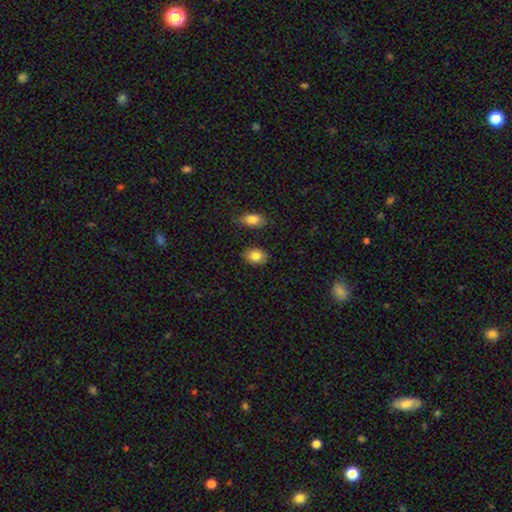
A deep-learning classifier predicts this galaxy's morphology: Smooth or featured: smooth — 84% (featured or disk — 8%)
How rounded: in between — 70% (round — 28%)
Merging: none — 84% (minor disturbance — 11%)